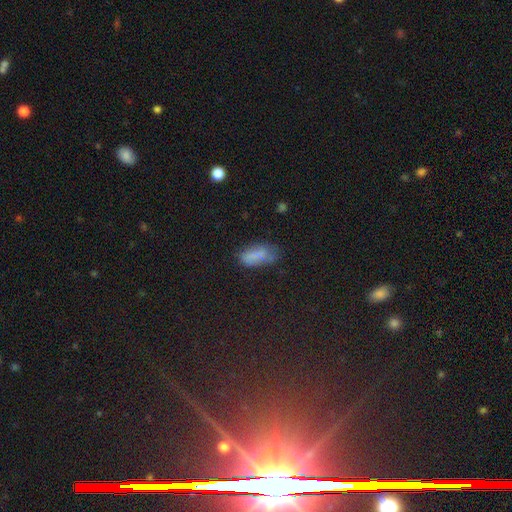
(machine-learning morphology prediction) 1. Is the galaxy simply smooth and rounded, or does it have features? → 68% smooth, 17% featured or disk, 15% star or artifact.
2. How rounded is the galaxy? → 89% in between, 7% cigar-shaped, 4% round.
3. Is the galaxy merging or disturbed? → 49% none, 31% minor disturbance, 14% major disturbance, 5% merger.